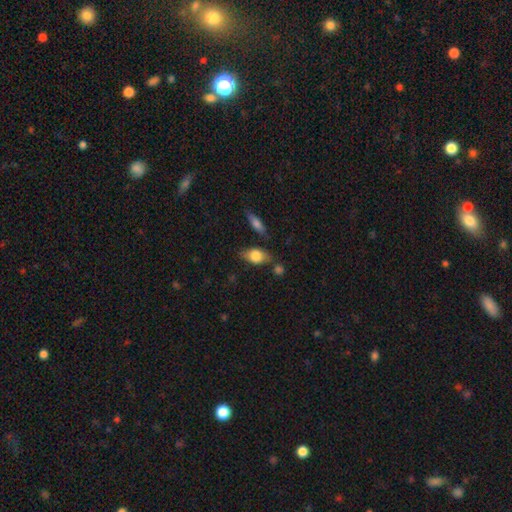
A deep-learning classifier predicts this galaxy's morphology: Smooth or featured: smooth — 72% (featured or disk — 20%)
How rounded: in between — 79% (round — 15%)
Merging: none — 64% (minor disturbance — 21%)